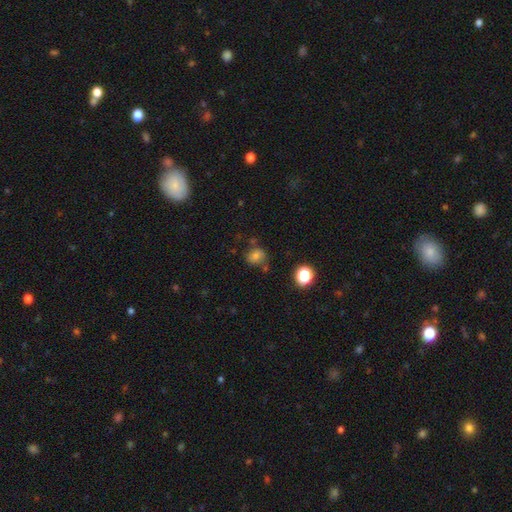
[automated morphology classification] This appears to be a smooth galaxy with no disk features (72%) that is round (63%). Merging: none (64%).